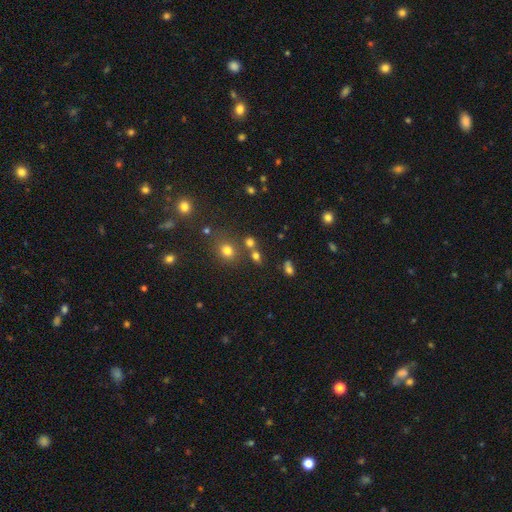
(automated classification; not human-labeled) Smooth or featured: smooth — 67% (star or artifact — 22%)
How rounded: round — 56% (in between — 41%)
Merging: none — 60% (merger — 24%)